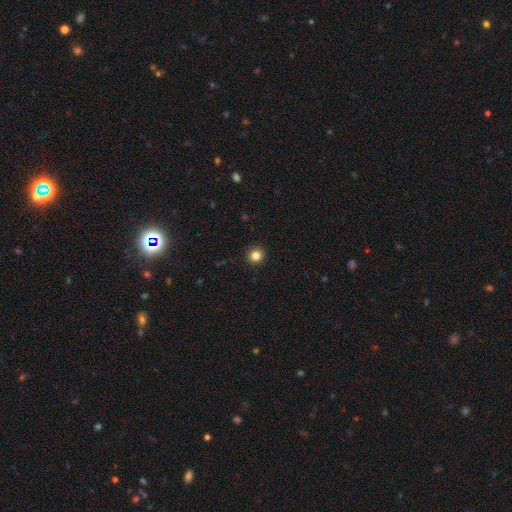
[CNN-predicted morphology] Overall: smooth (84%). How rounded: round (92%). Merging: none (92%).